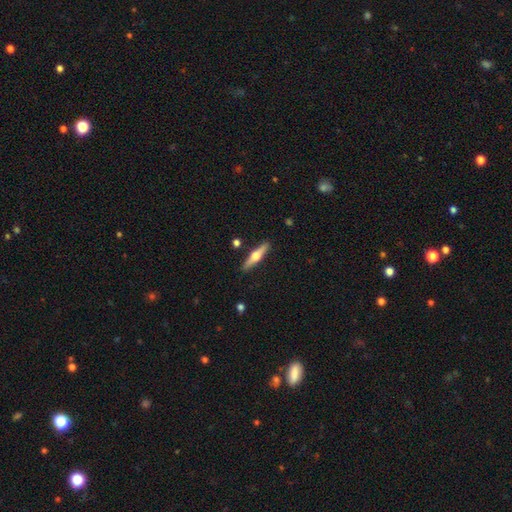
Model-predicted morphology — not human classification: Overall: featured or disk (60%; smooth 35%). Edge-on disk: yes (96%). Edge-on bulge: rounded (94%). Merging: none (88%).